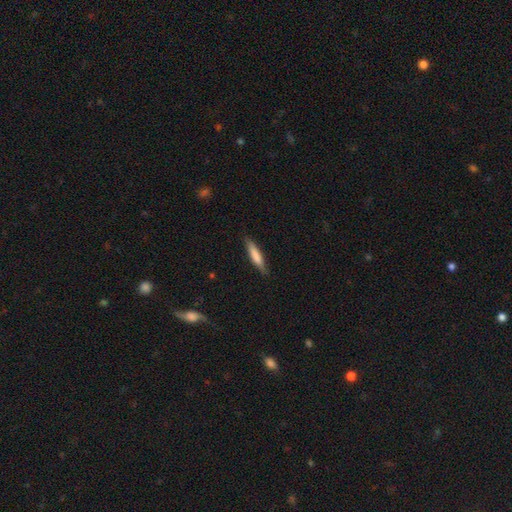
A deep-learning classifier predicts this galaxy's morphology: A smooth galaxy with no disk features (74%) that is cigar-shaped (86%).

Vote fractions:
- Smooth or featured? smooth: 74% / featured or disk: 21% / star or artifact: 6%
- How rounded? cigar-shaped: 86% / in between: 12% / round: 1%
- Merging? none: 84% / minor disturbance: 12% / major disturbance: 2% / merger: 1%